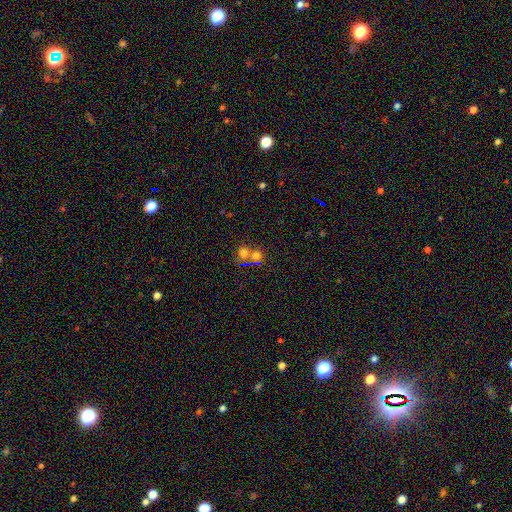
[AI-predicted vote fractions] Morphology: type=smooth (58%); roundness=round (85%); merging=none (51%).